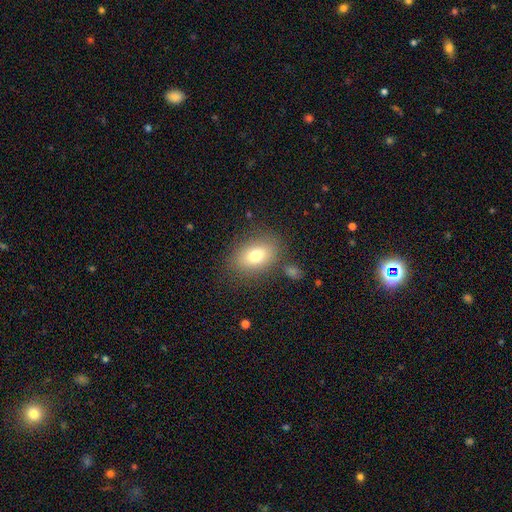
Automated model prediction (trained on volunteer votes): Morphology: type=smooth (76%); roundness=in between (79%); merging=none (79%).